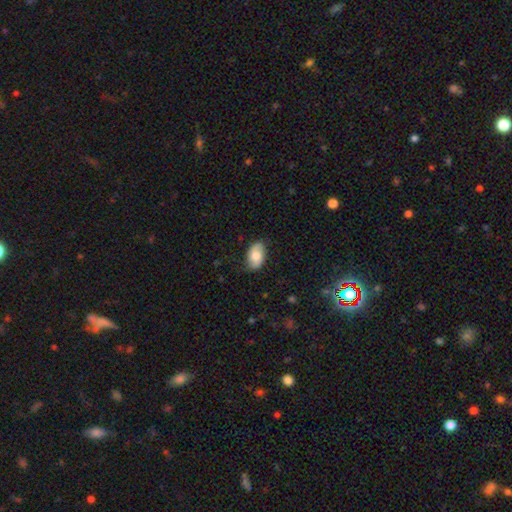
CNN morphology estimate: smooth-or-featured: smooth: 64% | featured or disk: 30% | star or artifact: 7%
  how-rounded: in between: 91% | round: 7% | cigar-shaped: 2%
  merging: none: 79% | minor disturbance: 17% | major disturbance: 3% | merger: 1%